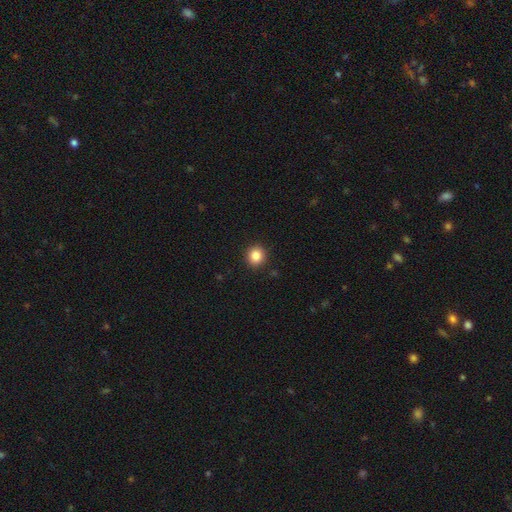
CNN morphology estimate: A smooth galaxy with no disk features (85%) that is round (90%). Merging: none (92%).